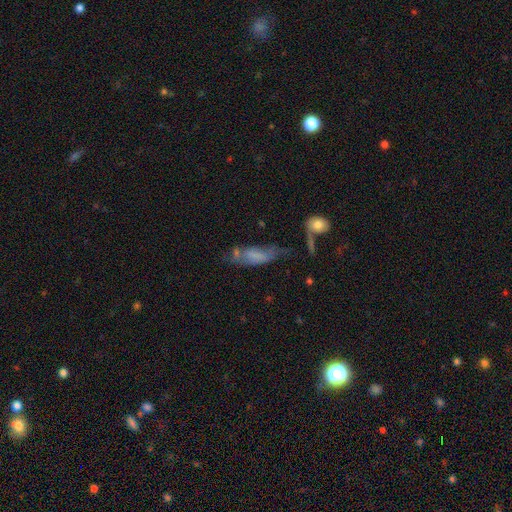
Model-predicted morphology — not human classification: This appears to be a smooth galaxy with no disk features (53%) that is in between round and cigar-shaped (57%). Merging: none (34%).